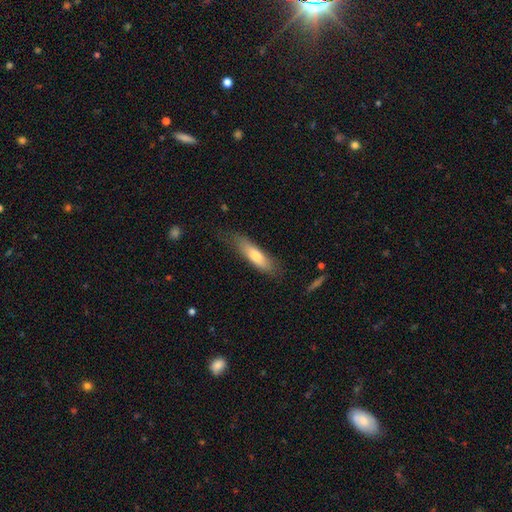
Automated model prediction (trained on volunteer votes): This appears to be a smooth galaxy with no disk features (70%) that is cigar-shaped (63%). Merging: none (65%).